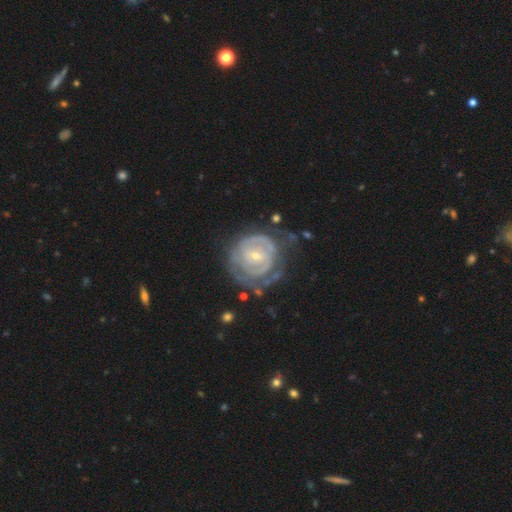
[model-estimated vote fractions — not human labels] Q: Smooth or featured?
A: featured or disk (82%); runner-up: smooth (12%)
Q: Edge-on disk?
A: no (97%); runner-up: yes (3%)
Q: Bar?
A: no (50%); runner-up: weak (38%)
Q: Spiral arms?
A: yes (87%); runner-up: no (13%)
Q: Spiral winding?
A: tight (76%); runner-up: medium (18%)
Q: Spiral arm count?
A: can't tell (44%); runner-up: 2 (28%)
Q: Bulge size?
A: small (73%); runner-up: moderate (24%)
Q: Merging?
A: none (58%); runner-up: minor disturbance (23%)